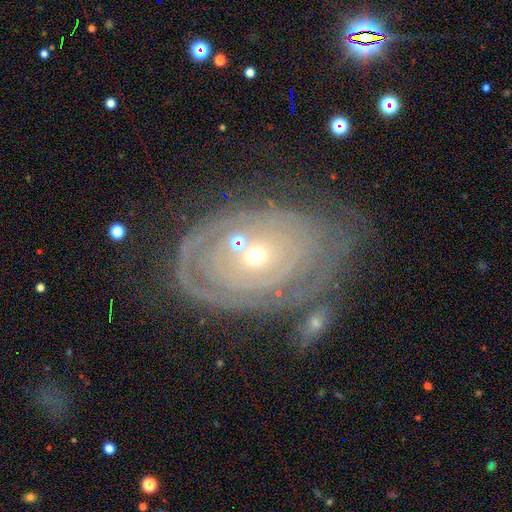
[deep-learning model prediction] Smooth or featured: featured or disk — 80% (smooth — 13%)
Edge-on disk: no — 95% (yes — 5%)
Bar: no — 87% (weak — 10%)
Spiral arms: yes — 74% (no — 26%)
Spiral winding: tight — 83% (medium — 12%)
Spiral arm count: can't tell — 52% (2 — 17%)
Bulge size: small — 60% (moderate — 36%)
Merging: none — 56% (minor disturbance — 20%)